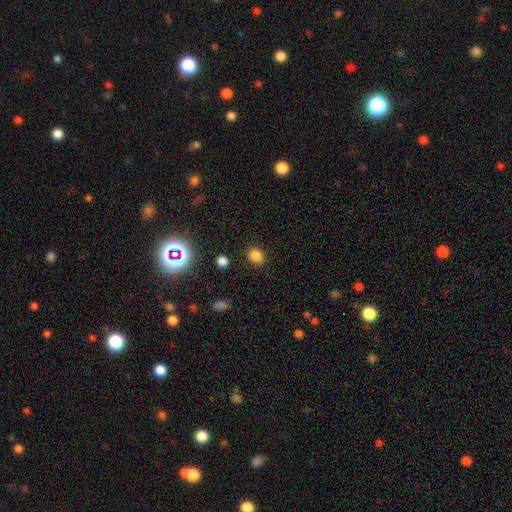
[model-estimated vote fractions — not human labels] Smooth or featured?
  - smooth: 81% *
  - star or artifact: 15%
  - featured or disk: 4%
How rounded?
  - round: 51% *
  - in between: 48%
  - cigar-shaped: 1%
Merging?
  - none: 88% *
  - minor disturbance: 8%
  - major disturbance: 3%
  - merger: 2%